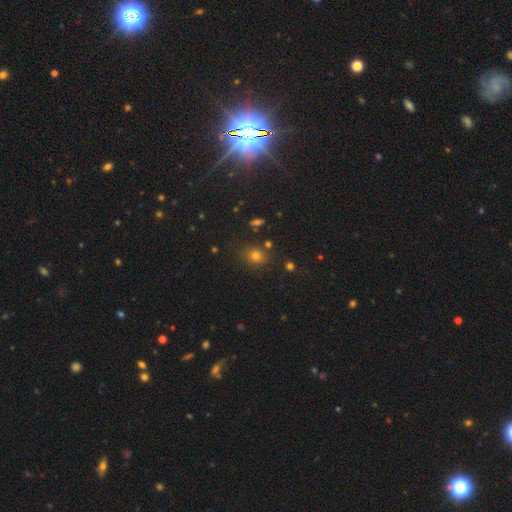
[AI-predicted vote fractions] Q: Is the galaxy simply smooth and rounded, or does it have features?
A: smooth — 68%.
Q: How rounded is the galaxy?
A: round — 63%.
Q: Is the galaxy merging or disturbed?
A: none — 80%.